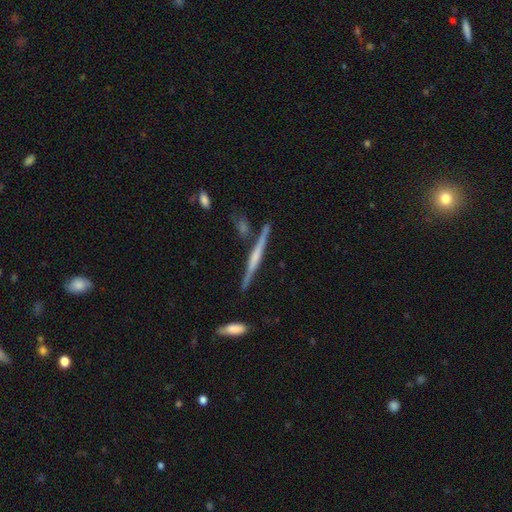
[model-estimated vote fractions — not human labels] Overall: featured or disk (74%). Edge-on disk: yes (98%). Edge-on bulge: rounded (51%; none 26%). Merging: none (84%).